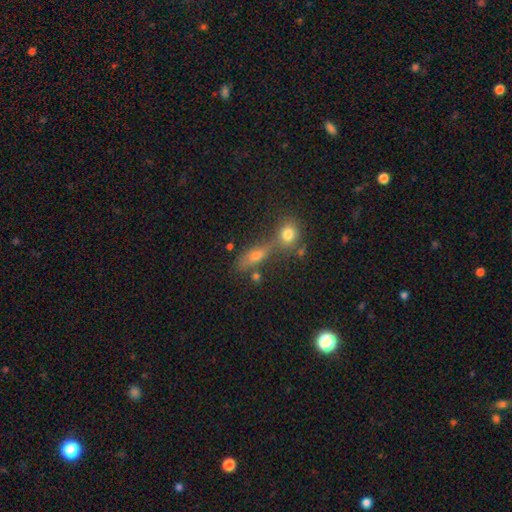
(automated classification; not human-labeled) Smooth or featured: smooth — 56% (featured or disk — 27%)
How rounded: in between — 44% (cigar-shaped — 41%)
Merging: none — 50% (merger — 31%)